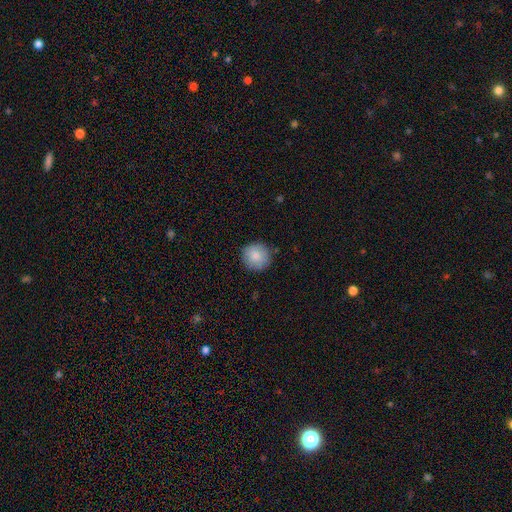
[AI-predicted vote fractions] Smooth or featured? Predicted: smooth (p=0.86). How rounded? Predicted: round (p=0.94). Merging? Predicted: none (p=0.89).